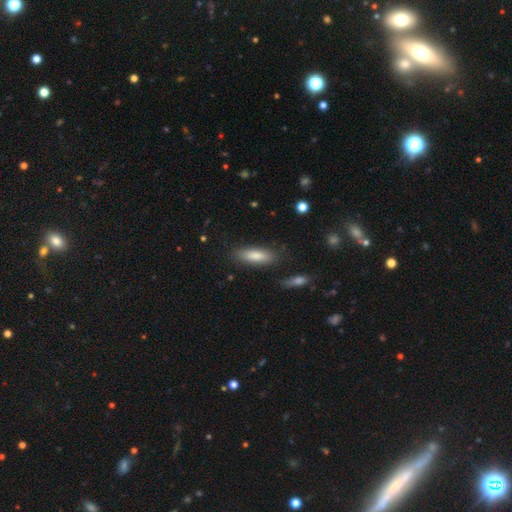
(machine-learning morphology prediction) smooth 83%, featured or disk 12%, star or artifact 6%. Down the decision tree: how rounded — in between (57%); merging — none (82%).